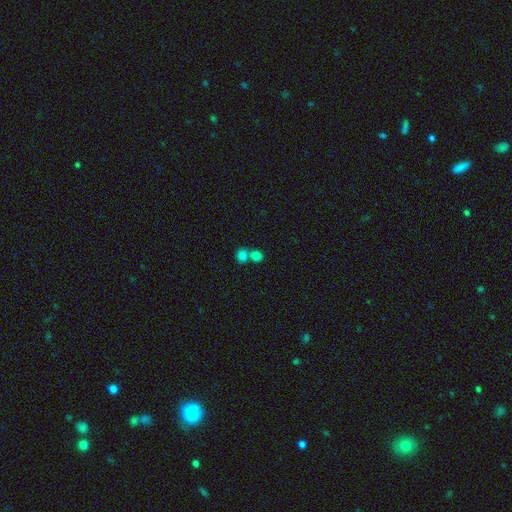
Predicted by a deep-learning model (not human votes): Overall: smooth (82%). How rounded: round (70%). Merging: merger (54%; none 37%).